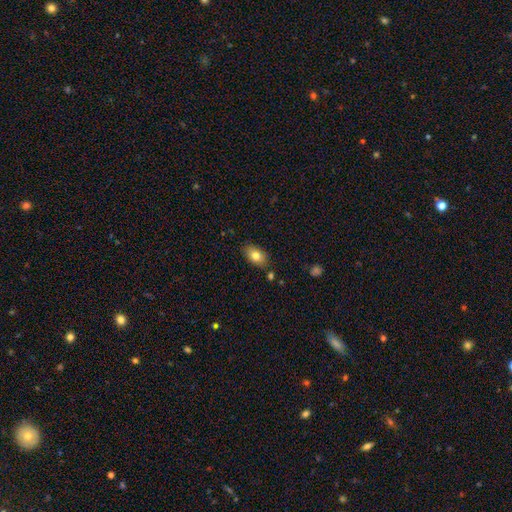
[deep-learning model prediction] This appears to be a smooth galaxy with no disk features (79%) that is in between round and cigar-shaped (87%). Merging: none (82%).